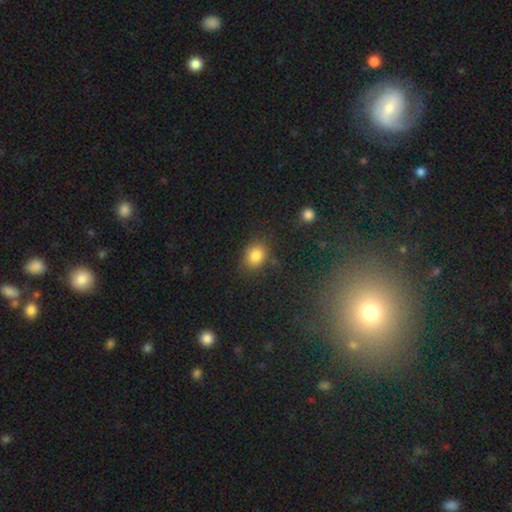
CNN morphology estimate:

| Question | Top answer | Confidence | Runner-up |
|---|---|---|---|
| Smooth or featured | smooth | 83% | star or artifact (11%) |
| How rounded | in between | 56% | round (42%) |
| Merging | none | 73% | minor disturbance (18%) |